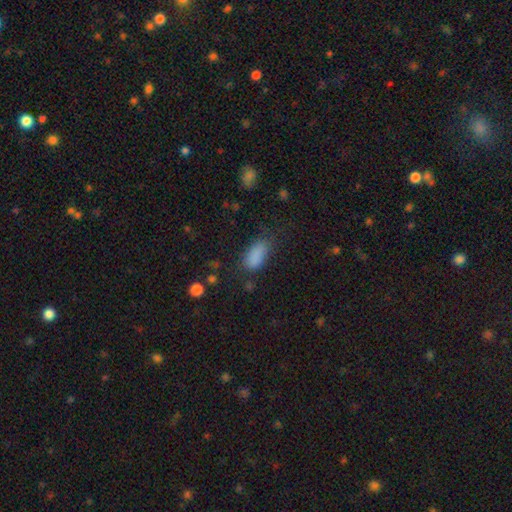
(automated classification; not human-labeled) smooth 84%, star or artifact 10%, featured or disk 6%. Down the decision tree: how rounded — in between (88%); merging — none (62%).